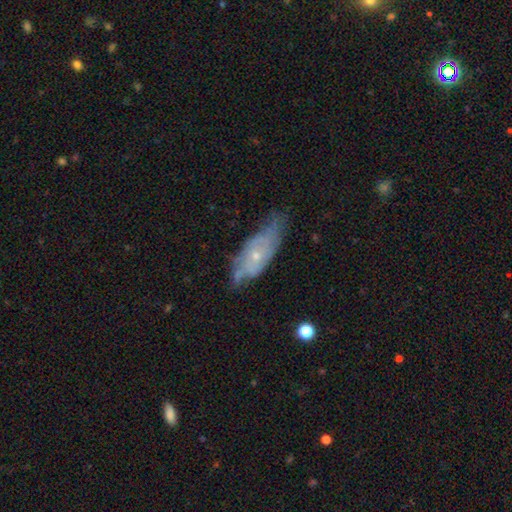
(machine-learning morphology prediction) type=featured or disk (64%); edge-on=no (82%); bar=no (83%); spiral arms=yes (67%); bulge=small (69%); merging=none (53%).